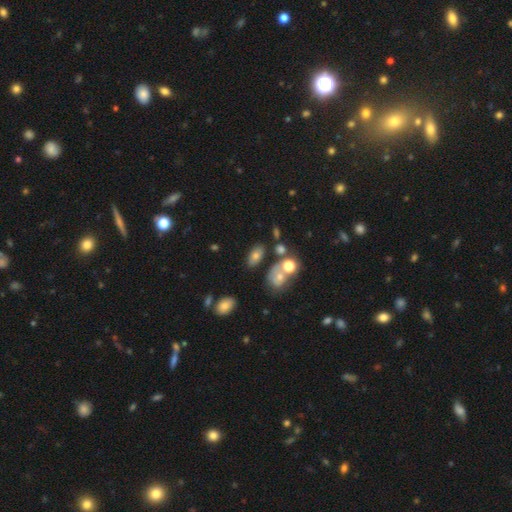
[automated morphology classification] Q: Smooth or featured?
A: smooth (69%); runner-up: featured or disk (17%)
Q: How rounded?
A: in between (87%); runner-up: round (9%)
Q: Merging?
A: none (62%); runner-up: minor disturbance (16%)